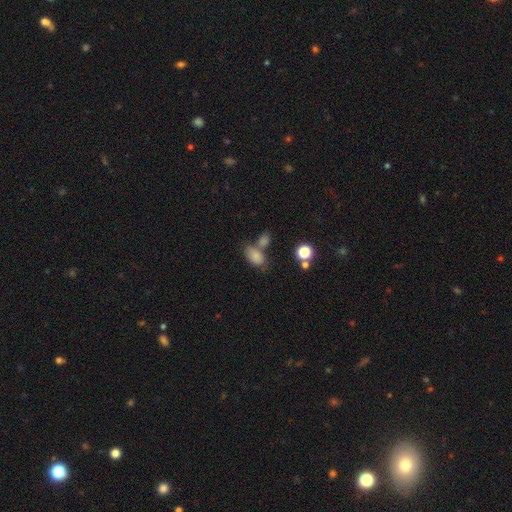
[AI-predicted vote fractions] The model was most divided on "merging": none: 44%, merger: 34%, minor disturbance: 16%, major disturbance: 6%. More confident: how rounded — in between (88%); smooth or featured — smooth (80%).